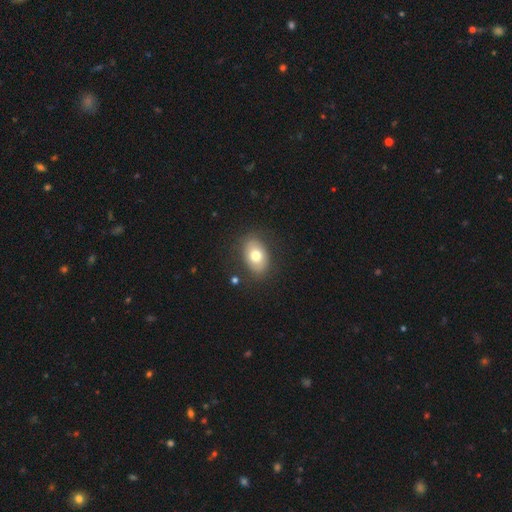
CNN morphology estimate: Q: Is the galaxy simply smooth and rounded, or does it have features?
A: smooth — 73%.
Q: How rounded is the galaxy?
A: in between — 84%.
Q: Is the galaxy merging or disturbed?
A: none — 83%.